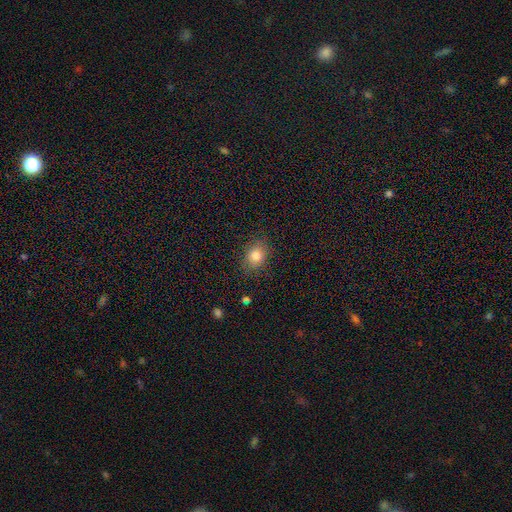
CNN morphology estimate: A smooth galaxy with no disk features (81%) that is round (52%). Merging: none (83%).